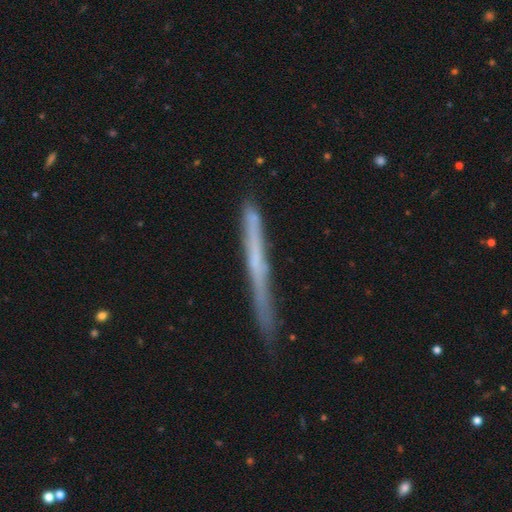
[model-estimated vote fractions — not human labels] This is possibly a featured or disk galaxy (51%). It is clearly viewed edge-on (95%). Merging: likely none (77%).